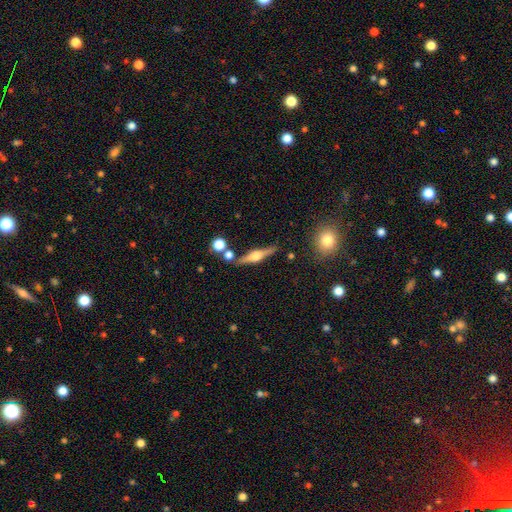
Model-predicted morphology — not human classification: type=featured or disk (76%); edge-on=yes (97%); edge-on bulge=rounded (93%); merging=none (81%).